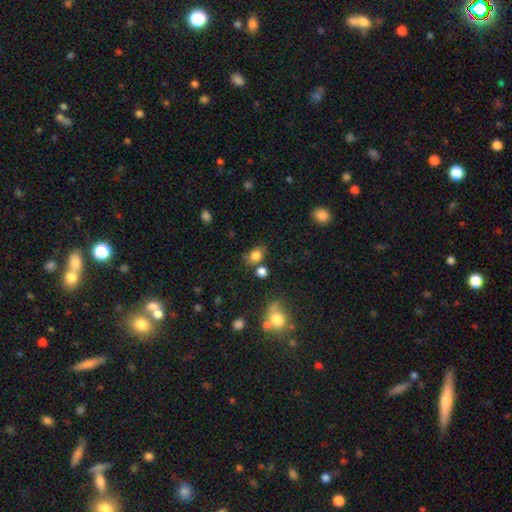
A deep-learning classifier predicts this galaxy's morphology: smooth 80%, star or artifact 12%, featured or disk 7%. Down the decision tree: how rounded — in between (67%); merging — none (64%).